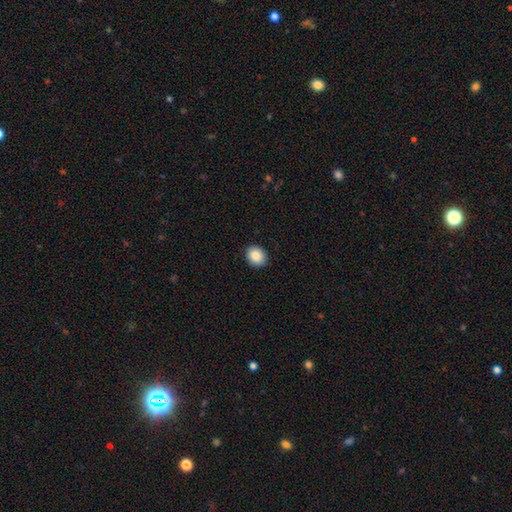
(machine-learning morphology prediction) type=smooth (87%); roundness=round (67%); merging=none (91%).